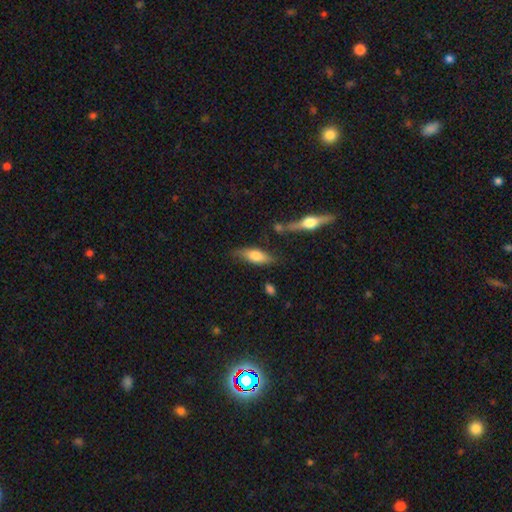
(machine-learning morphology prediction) smooth-or-featured: smooth: 62% | featured or disk: 31% | star or artifact: 6%
  how-rounded: in between: 58% | cigar-shaped: 40% | round: 3%
  merging: none: 69% | minor disturbance: 19% | merger: 7% | major disturbance: 5%